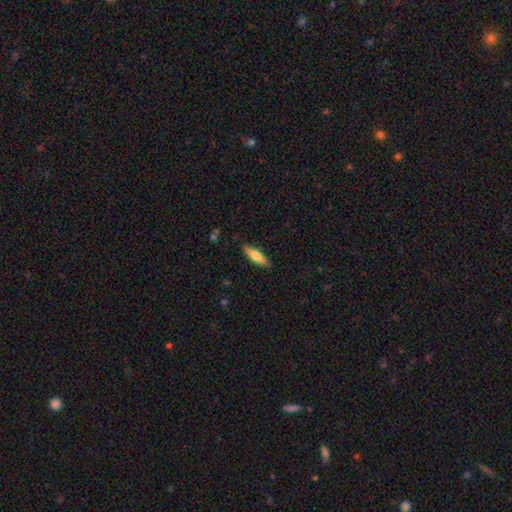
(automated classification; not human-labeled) smooth_or_featured: smooth (p=0.64) [alt: featured or disk p=0.30]
how_rounded: cigar-shaped (p=0.67) [alt: in between p=0.31]
merging: none (p=0.88) [alt: minor disturbance p=0.09]